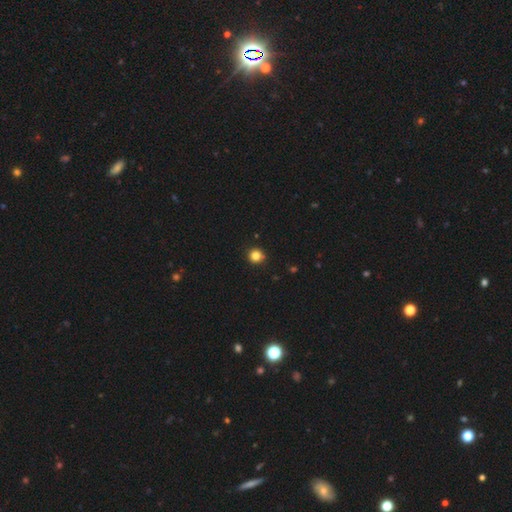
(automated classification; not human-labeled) A smooth galaxy with no disk features (83%) that is round (93%).

Vote fractions:
- Smooth or featured? smooth: 83% / star or artifact: 13% / featured or disk: 5%
- How rounded? round: 93% / in between: 6% / cigar-shaped: 1%
- Merging? none: 90% / minor disturbance: 7% / major disturbance: 2% / merger: 1%